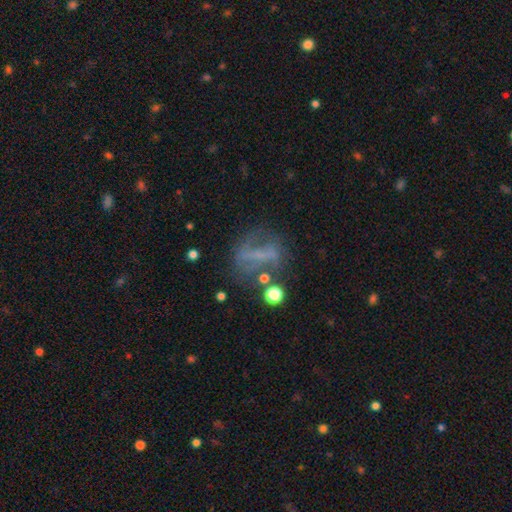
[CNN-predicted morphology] A featured or disk galaxy (53%).

Vote fractions:
- Smooth or featured? featured or disk: 53% / smooth: 28% / star or artifact: 20%
- Edge-on disk? no: 88% / yes: 12%
- Merging? none: 52% / major disturbance: 22% / minor disturbance: 19% / merger: 7%